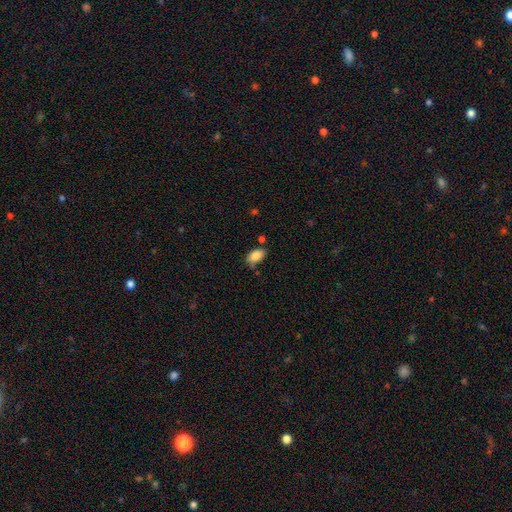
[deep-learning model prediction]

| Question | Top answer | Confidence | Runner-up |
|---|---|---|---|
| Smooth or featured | smooth | 87% | star or artifact (8%) |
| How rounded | in between | 93% | round (5%) |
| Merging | none | 70% | minor disturbance (20%) |